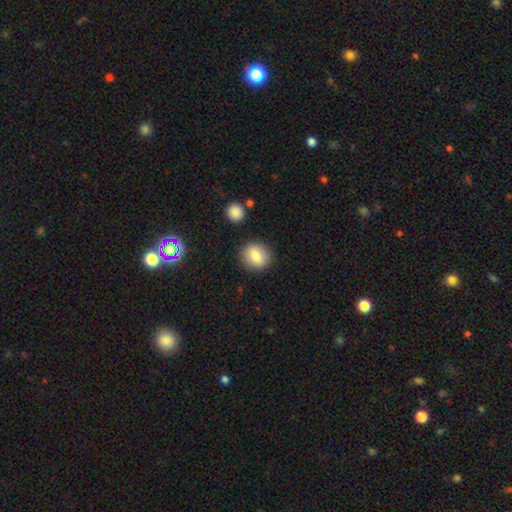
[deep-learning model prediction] A smooth galaxy with no disk features (80%) that is round (73%).

Vote fractions:
- Smooth or featured? smooth: 80% / featured or disk: 11% / star or artifact: 8%
- How rounded? round: 73% / in between: 26% / cigar-shaped: 1%
- Merging? none: 86% / minor disturbance: 9% / major disturbance: 3% / merger: 2%